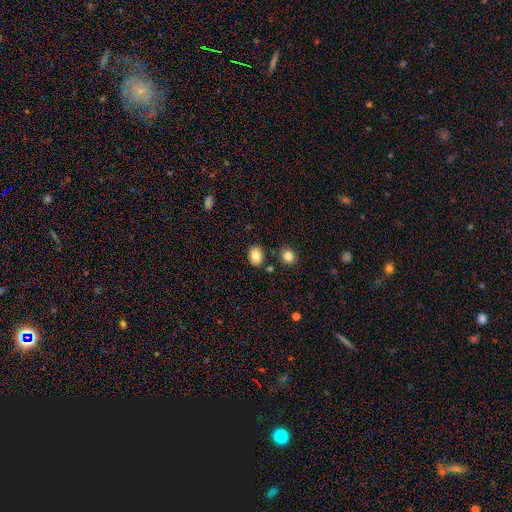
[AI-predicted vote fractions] A smooth galaxy with no disk features (84%) that is in between round and cigar-shaped (62%). Merging: none (83%).